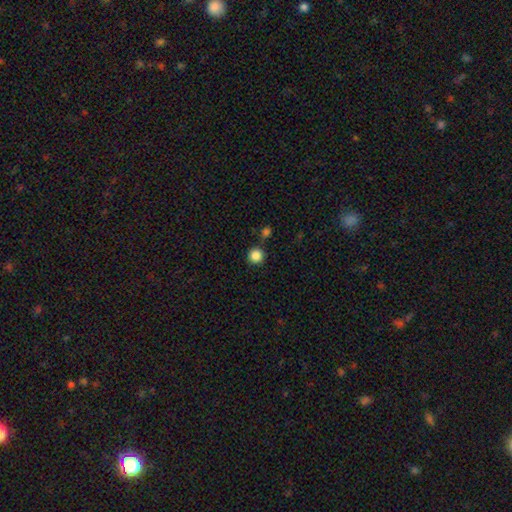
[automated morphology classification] A smooth galaxy with no disk features (86%) that is round (95%). Merging: none (84%).